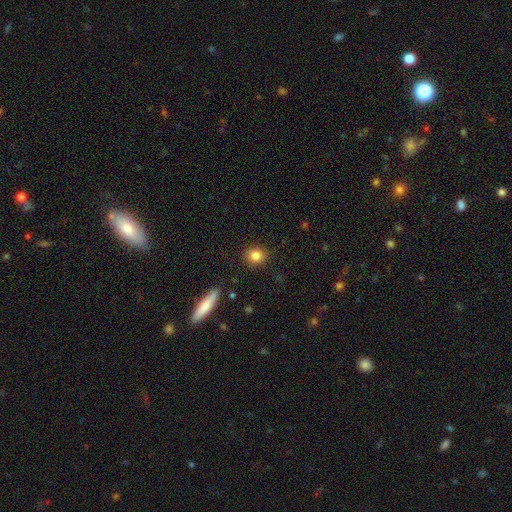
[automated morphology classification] Q: Smooth or featured?
A: smooth (84%); runner-up: star or artifact (10%)
Q: How rounded?
A: round (82%); runner-up: in between (16%)
Q: Merging?
A: none (88%); runner-up: minor disturbance (8%)